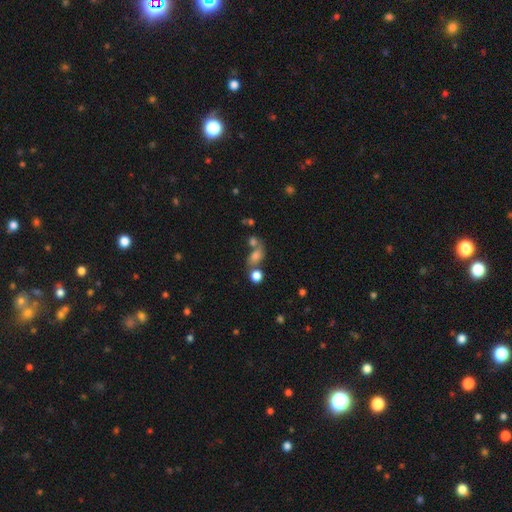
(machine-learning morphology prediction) A smooth galaxy with no disk features (69%) that is in between round and cigar-shaped (64%). Merging: merger (38%).